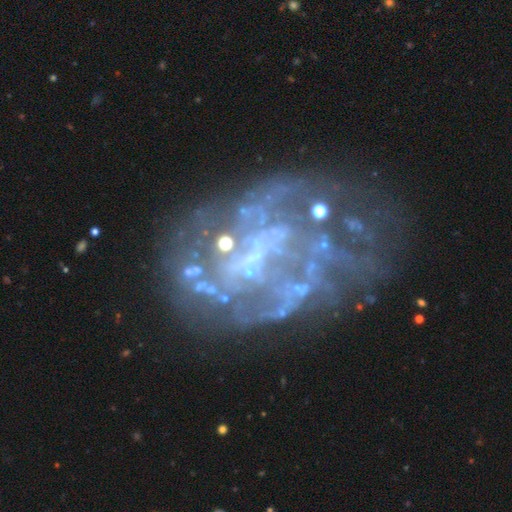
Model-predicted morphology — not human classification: The model was most divided on "spiral arms": yes: 51%, no: 49%. Remaining: edge-on disk — no (98%); smooth or featured — featured or disk (81%); bar — no (60%); bulge size — none (57%); merging — none (47%).